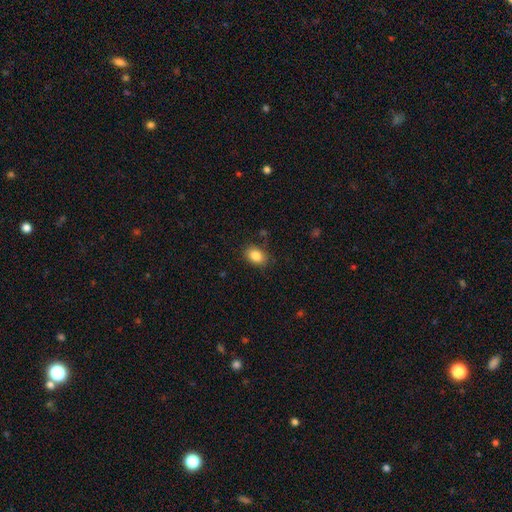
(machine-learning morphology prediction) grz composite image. It shows a smooth galaxy with no disk features (85%) that is in between round and cigar-shaped (80%). Merging: none (83%).